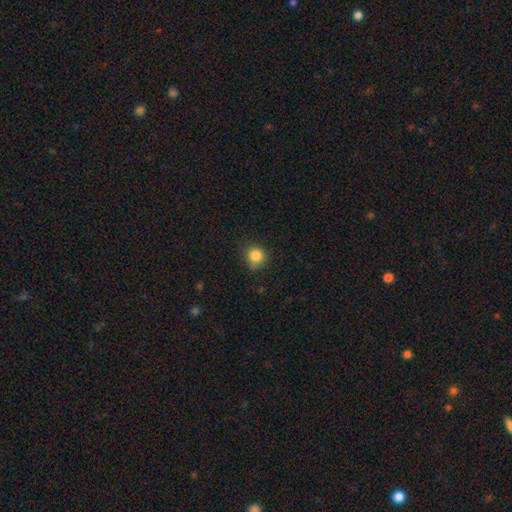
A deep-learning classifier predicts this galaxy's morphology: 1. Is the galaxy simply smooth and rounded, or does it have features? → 84% smooth, 11% star or artifact, 5% featured or disk.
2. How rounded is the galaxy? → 89% round, 10% in between, 1% cigar-shaped.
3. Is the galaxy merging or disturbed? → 74% none, 20% minor disturbance, 4% major disturbance, 3% merger.